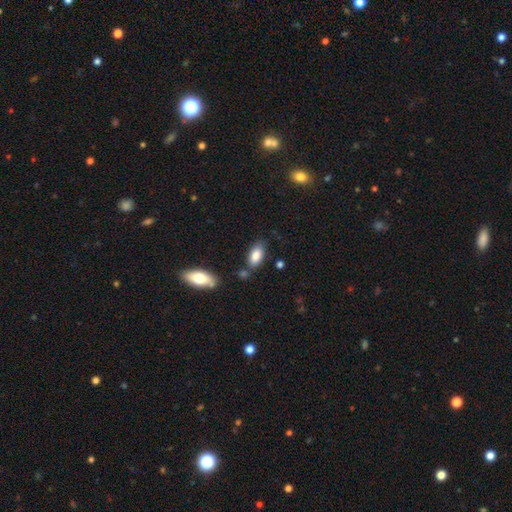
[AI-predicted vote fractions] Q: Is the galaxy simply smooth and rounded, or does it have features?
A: smooth — 84%.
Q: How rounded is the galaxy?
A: in between — 91%.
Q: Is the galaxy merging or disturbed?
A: none — 73%.